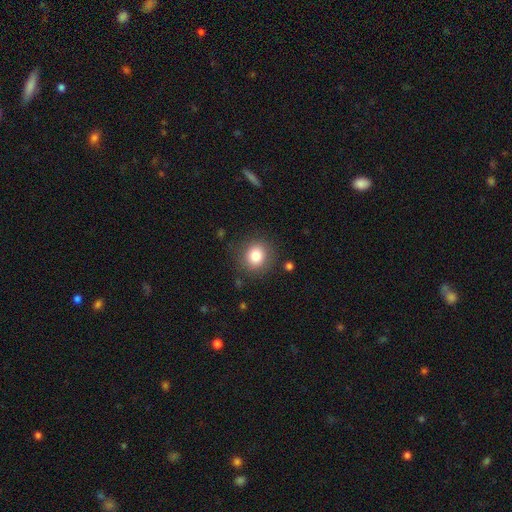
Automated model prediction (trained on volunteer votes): smooth-or-featured: smooth: 81% | star or artifact: 11% | featured or disk: 8%
  how-rounded: round: 86% | in between: 13% | cigar-shaped: 1%
  merging: none: 86% | minor disturbance: 9% | major disturbance: 4% | merger: 2%